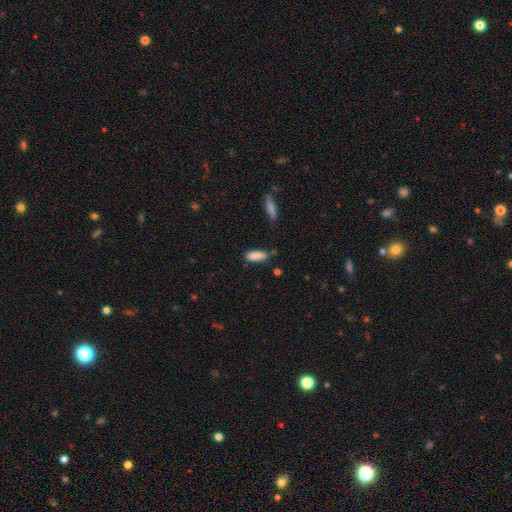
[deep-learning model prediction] Overall: smooth (87%). How rounded: in between (64%; cigar-shaped 34%). Merging: none (76%).